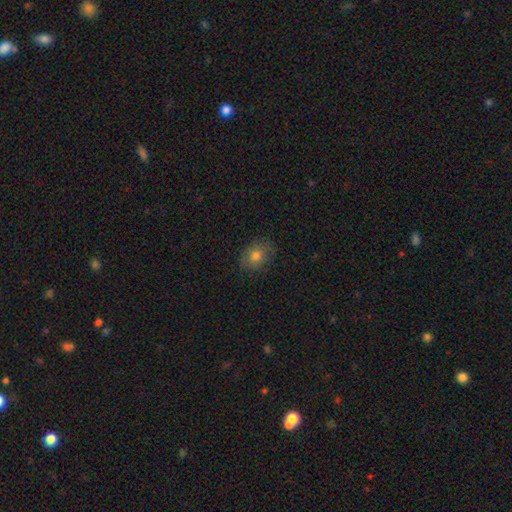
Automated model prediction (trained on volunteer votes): Smooth or featured?
  - smooth: 76% *
  - featured or disk: 13%
  - star or artifact: 11%
How rounded?
  - in between: 55% *
  - round: 44%
  - cigar-shaped: 1%
Merging?
  - none: 81% *
  - minor disturbance: 14%
  - major disturbance: 4%
  - merger: 1%